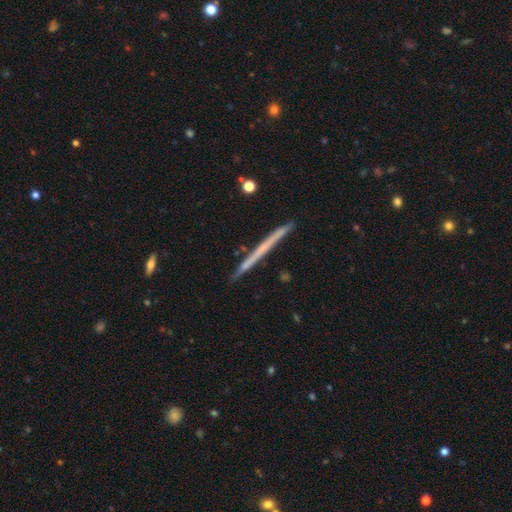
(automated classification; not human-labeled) Smooth or featured: featured or disk — 55% (smooth — 35%)
Edge-on disk: yes — 96% (no — 4%)
Edge-on bulge: none — 78% (rounded — 17%)
Merging: none — 88% (minor disturbance — 8%)